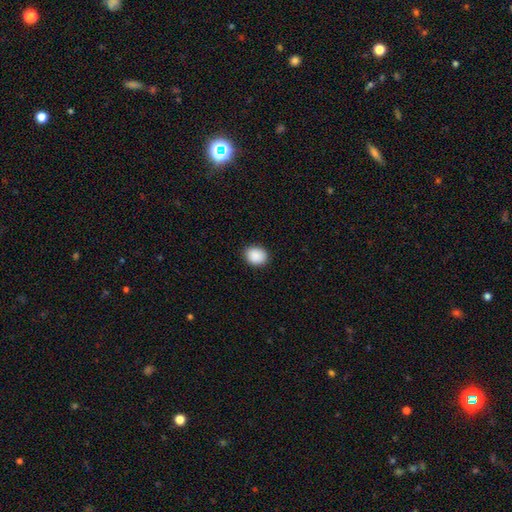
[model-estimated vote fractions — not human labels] This is clearly a smooth galaxy (90%). How rounded: possibly round (51%). Merging: clearly none (89%).